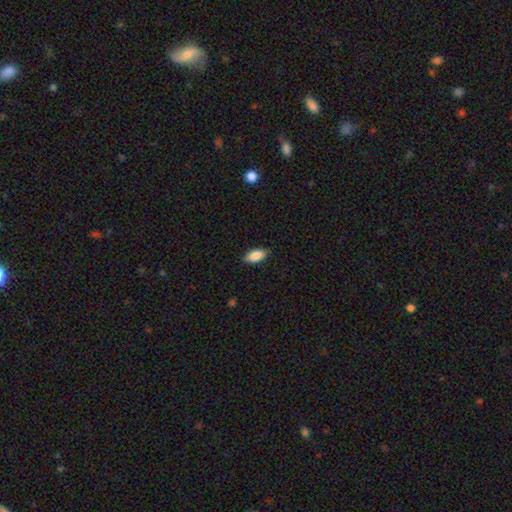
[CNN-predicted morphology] The model was most divided on "merging": none: 87%, minor disturbance: 10%, major disturbance: 2%, merger: 1%. More confident: how rounded — in between (90%); smooth or featured — smooth (88%).